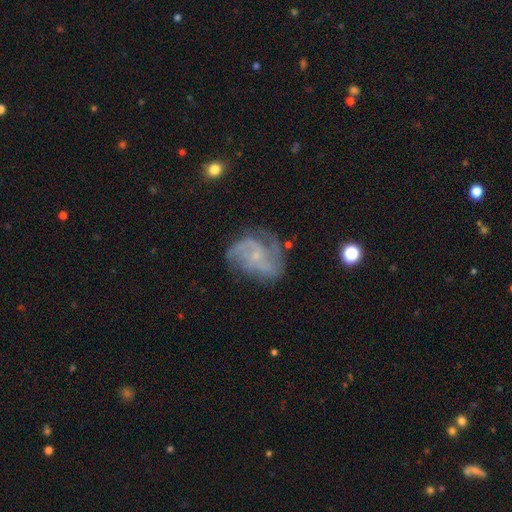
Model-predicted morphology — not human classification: type=featured or disk (83%); edge-on=no (98%); bar=no (67%); spiral arms=yes (94%); winding=medium (48%); arm count=2 (43%); bulge=small (76%); merging=none (59%).